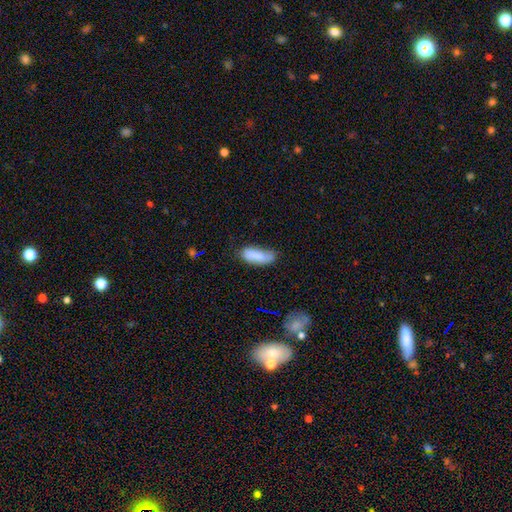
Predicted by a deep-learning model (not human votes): smooth 81%, featured or disk 12%, star or artifact 7%. Down the decision tree: how rounded — in between (75%); merging — none (50%).